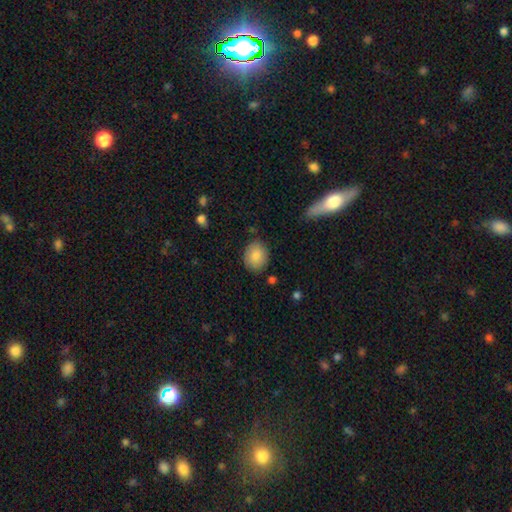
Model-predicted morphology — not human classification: Smooth or featured? Predicted: smooth (p=0.84). How rounded? Predicted: round (p=0.55). Merging? Predicted: none (p=0.84).